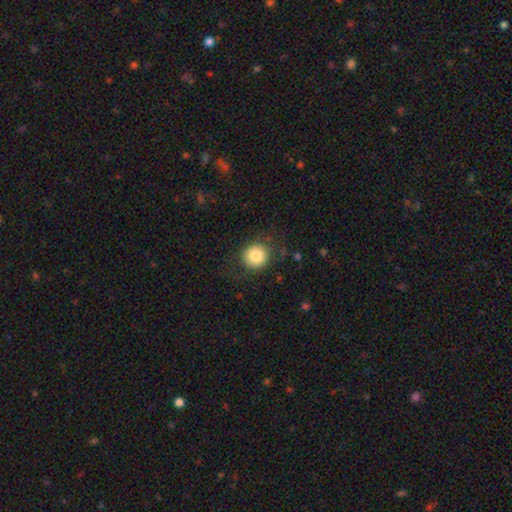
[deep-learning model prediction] A smooth galaxy with no disk features (82%) that is round (88%).

Vote fractions:
- Smooth or featured? smooth: 82% / star or artifact: 9% / featured or disk: 9%
- How rounded? round: 88% / in between: 11% / cigar-shaped: 1%
- Merging? none: 83% / minor disturbance: 11% / major disturbance: 5% / merger: 1%